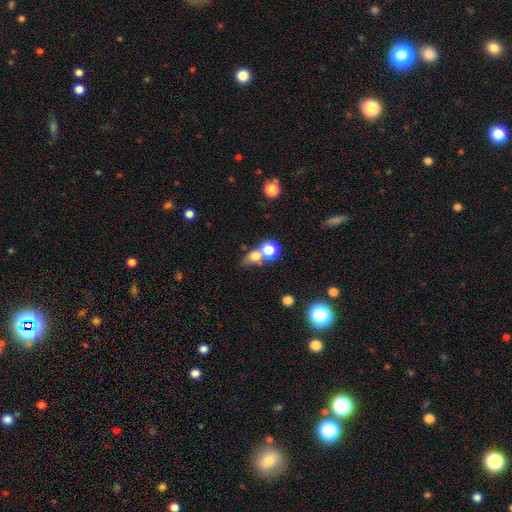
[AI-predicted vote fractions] Smooth or featured?
  - smooth: 71% *
  - star or artifact: 16%
  - featured or disk: 12%
How rounded?
  - round: 60% *
  - in between: 36%
  - cigar-shaped: 3%
Merging?
  - merger: 42% * (tied)
  - none: 42% * (tied)
  - minor disturbance: 10%
  - major disturbance: 6%